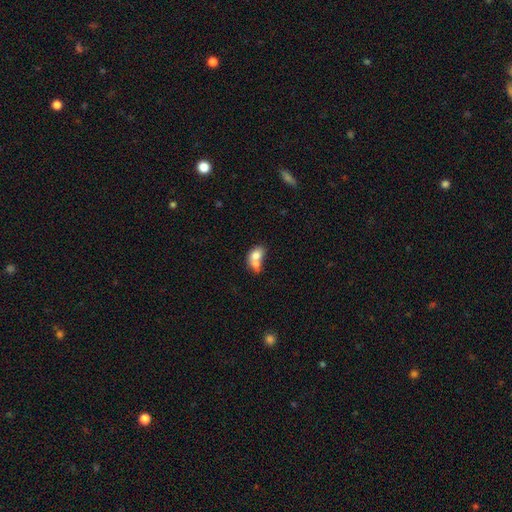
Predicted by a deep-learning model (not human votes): A smooth galaxy with no disk features (71%) that is in between round and cigar-shaped (68%).

Vote fractions:
- Smooth or featured? smooth: 71% / featured or disk: 21% / star or artifact: 8%
- How rounded? in between: 68% / round: 31% / cigar-shaped: 1%
- Merging? merger: 69% / none: 19% / minor disturbance: 7% / major disturbance: 4%